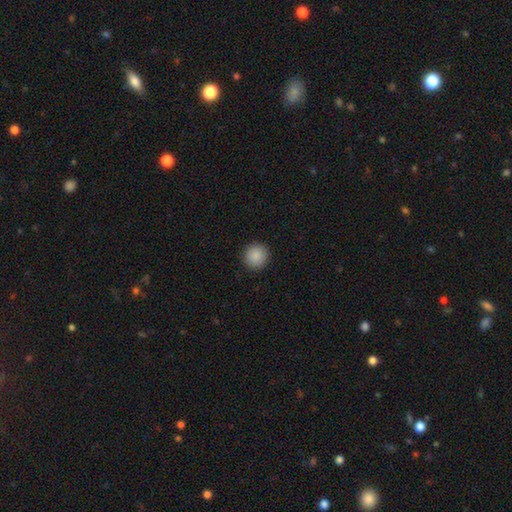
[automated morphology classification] type=smooth (89%); roundness=round (95%); merging=none (93%).